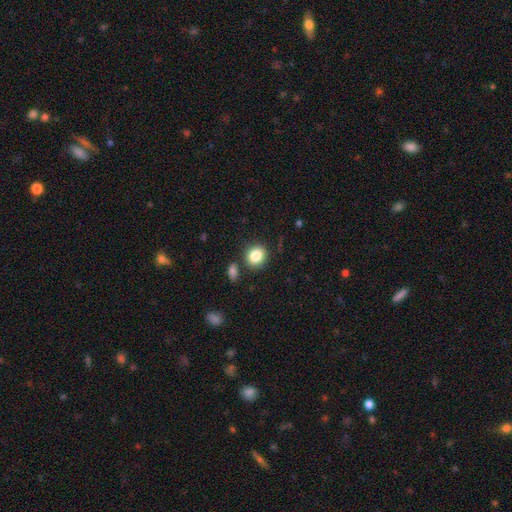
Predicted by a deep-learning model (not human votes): A smooth galaxy with no disk features (84%) that is round (78%).

Vote fractions:
- Smooth or featured? smooth: 84% / star or artifact: 9% / featured or disk: 6%
- How rounded? round: 78% / in between: 21% / cigar-shaped: 1%
- Merging? none: 80% / minor disturbance: 9% / merger: 7% / major disturbance: 3%